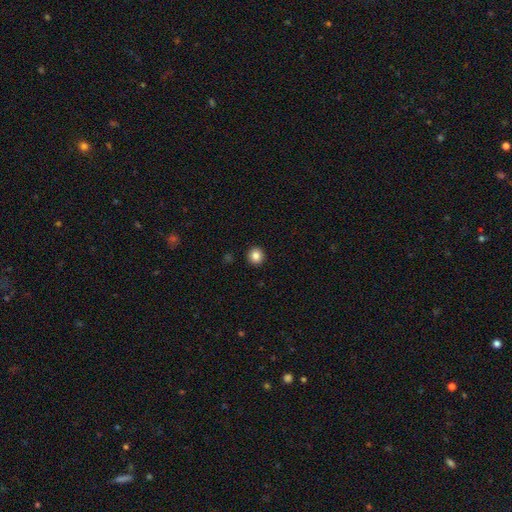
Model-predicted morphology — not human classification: A smooth galaxy with no disk features (84%) that is round (92%).

Vote fractions:
- Smooth or featured? smooth: 84% / star or artifact: 10% / featured or disk: 5%
- How rounded? round: 92% / in between: 7% / cigar-shaped: 1%
- Merging? none: 93% / minor disturbance: 4% / major disturbance: 1% / merger: 1%